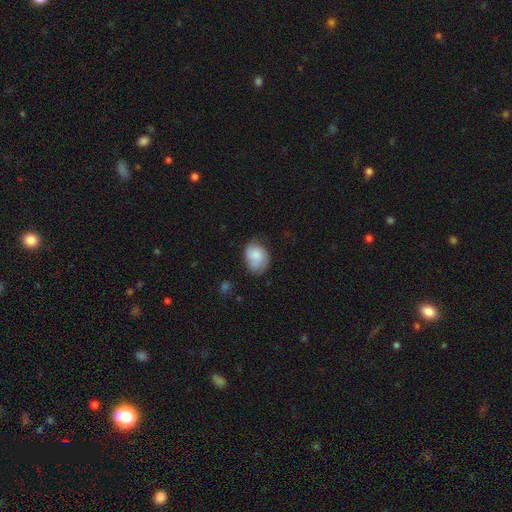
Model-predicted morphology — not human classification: A smooth galaxy with no disk features (80%) that is in between round and cigar-shaped (63%). Merging: none (56%).